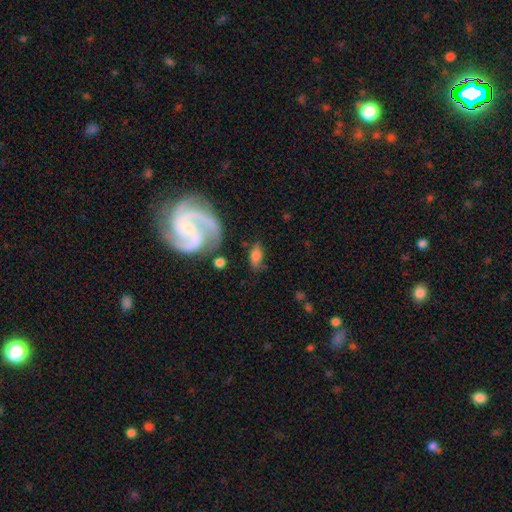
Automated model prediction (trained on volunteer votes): A smooth galaxy with no disk features (60%) that is in between round and cigar-shaped (86%).

Vote fractions:
- Smooth or featured? smooth: 60% / featured or disk: 31% / star or artifact: 9%
- How rounded? in between: 86% / round: 7% / cigar-shaped: 7%
- Merging? none: 63% / minor disturbance: 20% / major disturbance: 10% / merger: 7%